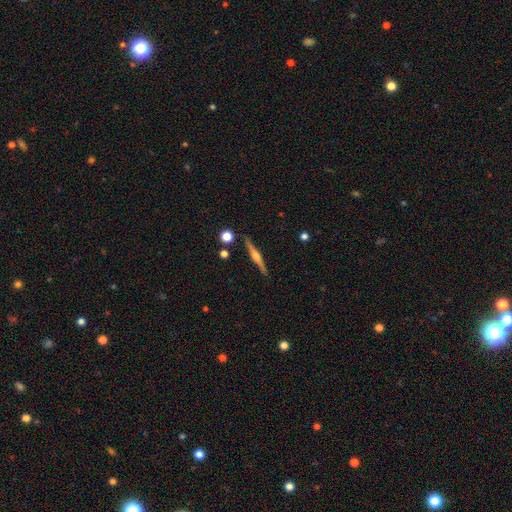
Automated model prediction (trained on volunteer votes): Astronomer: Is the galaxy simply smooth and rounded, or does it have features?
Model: featured or disk — 77%.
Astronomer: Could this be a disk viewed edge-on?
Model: yes — 98%.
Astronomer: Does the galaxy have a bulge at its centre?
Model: rounded — 90%.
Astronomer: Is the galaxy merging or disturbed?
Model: none — 90%.